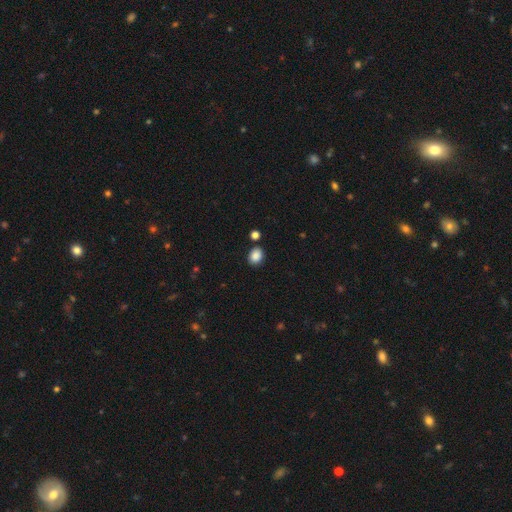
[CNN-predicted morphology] smooth-or-featured: smooth: 87% | star or artifact: 9% | featured or disk: 4%
  how-rounded: in between: 54% | round: 45% | cigar-shaped: 1%
  merging: none: 83% | minor disturbance: 9% | merger: 5% | major disturbance: 3%